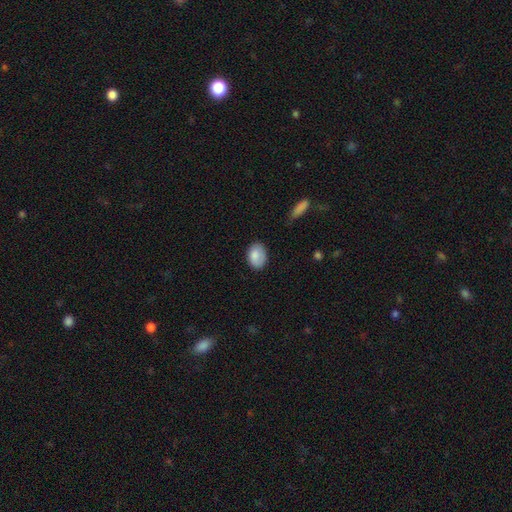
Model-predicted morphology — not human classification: Smooth or featured?
  - smooth: 85% *
  - featured or disk: 8%
  - star or artifact: 7%
How rounded?
  - in between: 81% *
  - round: 18%
  - cigar-shaped: 1%
Merging?
  - none: 72% *
  - minor disturbance: 23%
  - major disturbance: 4%
  - merger: 2%